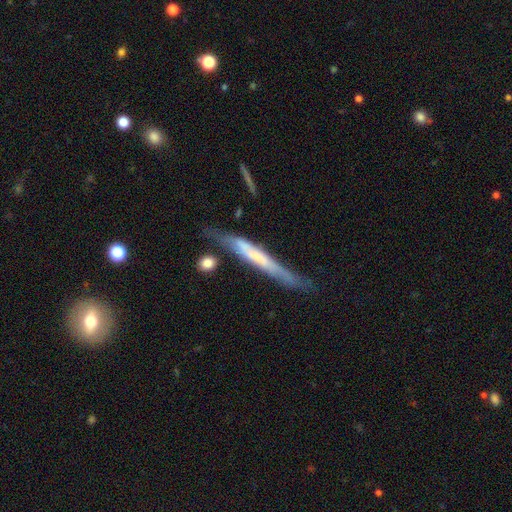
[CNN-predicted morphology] smooth-or-featured: featured or disk: 56% | smooth: 37% | star or artifact: 6%
  disk-edge-on: yes: 86% | no: 14%
  merging: none: 61% | minor disturbance: 25% | major disturbance: 9% | merger: 6%